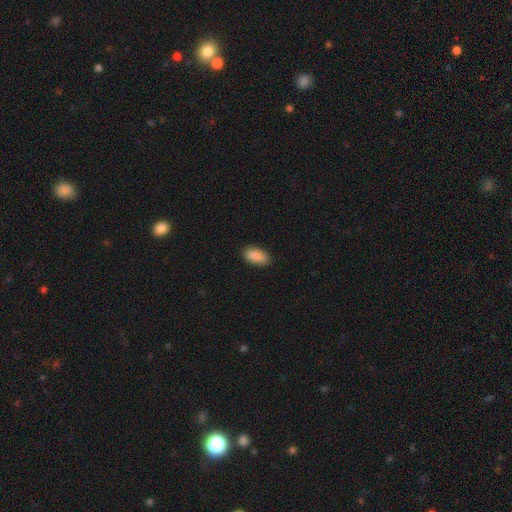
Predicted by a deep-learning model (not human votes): Smooth or featured? Predicted: smooth (p=0.90). How rounded? Predicted: in between (p=0.93). Merging? Predicted: none (p=0.87).